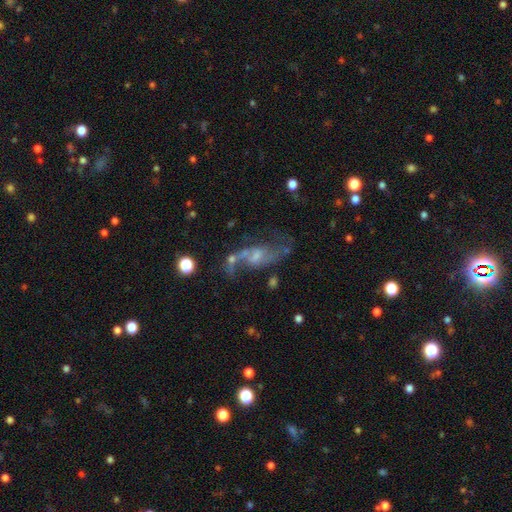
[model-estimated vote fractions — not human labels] Smooth or featured: featured or disk — 76% (smooth — 13%)
Edge-on disk: no — 94% (yes — 6%)
Bar: weak — 46% (no — 41%)
Spiral arms: yes — 84% (no — 16%)
Spiral winding: loose — 75% (medium — 20%)
Spiral arm count: 2 — 83% (can't tell — 6%)
Bulge size: small — 44% (moderate — 29%)
Merging: none — 45% (major disturbance — 23%)